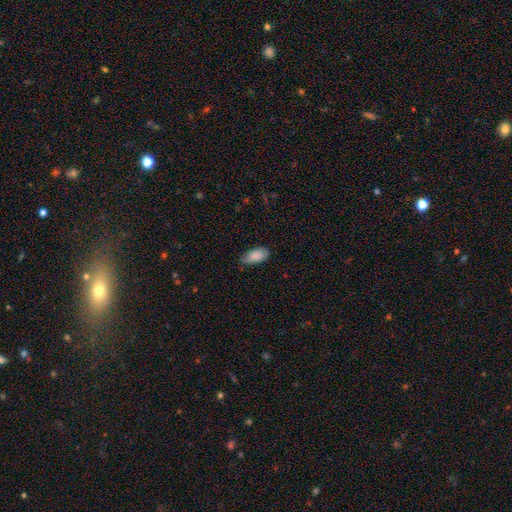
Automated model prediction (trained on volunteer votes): Smooth or featured?
  - smooth: 88% *
  - star or artifact: 6%
  - featured or disk: 6%
How rounded?
  - in between: 92% *
  - cigar-shaped: 5%
  - round: 2%
Merging?
  - none: 74% *
  - minor disturbance: 22%
  - major disturbance: 3%
  - merger: 1%